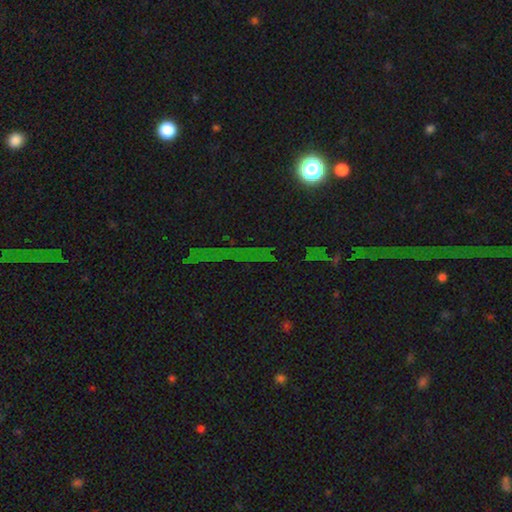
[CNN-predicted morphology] A star or artifact, not a galaxy (73%).

Vote fractions:
- Smooth or featured? star or artifact: 73% / smooth: 15% / featured or disk: 12%